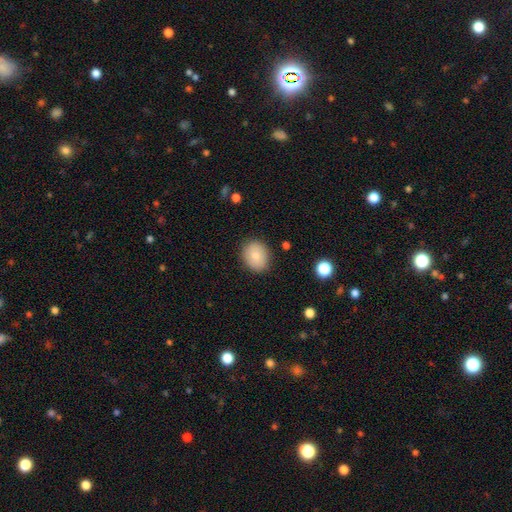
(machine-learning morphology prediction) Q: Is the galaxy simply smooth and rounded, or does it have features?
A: smooth — 82%.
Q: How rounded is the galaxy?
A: round — 56%.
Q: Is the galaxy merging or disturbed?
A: none — 86%.